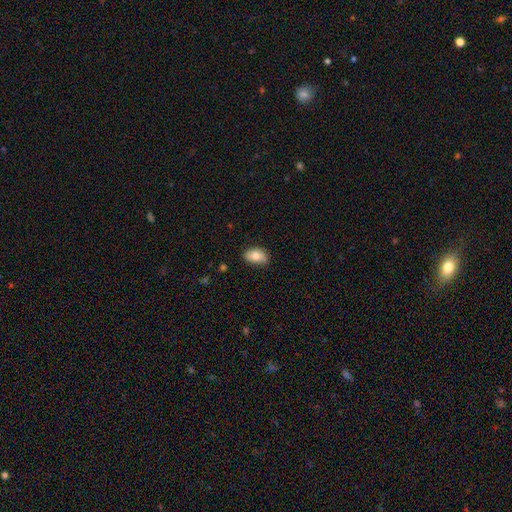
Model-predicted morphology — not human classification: The model was most divided on "merging": none: 73%, minor disturbance: 22%, major disturbance: 3%, merger: 1%. More confident: how rounded — in between (89%); smooth or featured — smooth (78%).